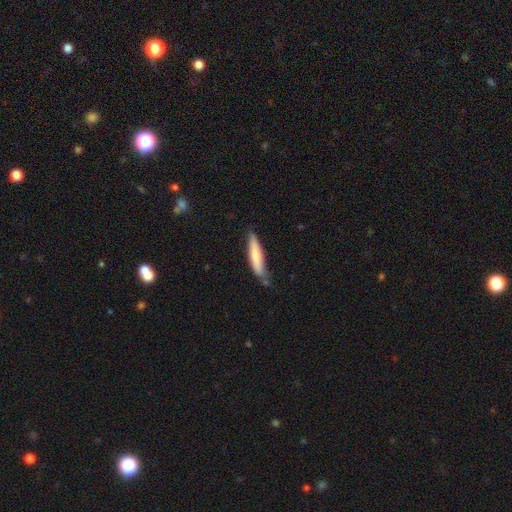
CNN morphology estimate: The model was most divided on "merging": none: 69%, minor disturbance: 23%, major disturbance: 4%, merger: 3%. More confident: how rounded — cigar-shaped (83%); smooth or featured — smooth (75%).